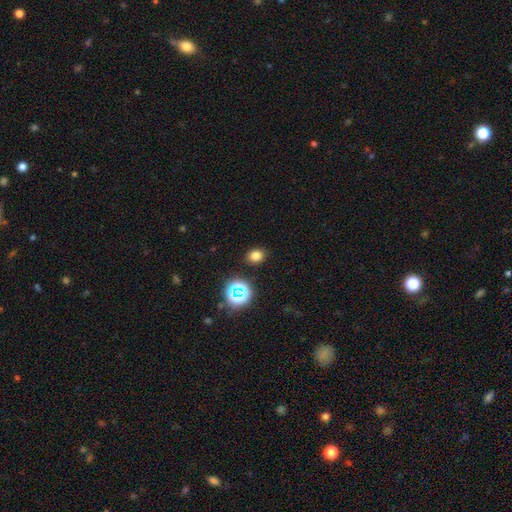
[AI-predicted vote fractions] smooth 75%, star or artifact 19%, featured or disk 6%. Down the decision tree: how rounded — round (52%); merging — none (88%).